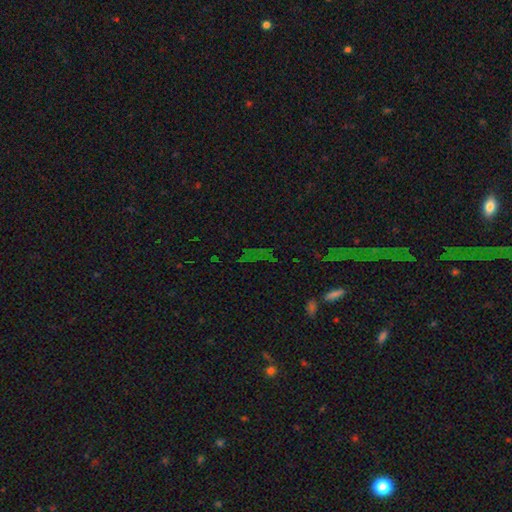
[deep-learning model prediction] The model was most divided on "smooth or featured": star or artifact: 71%, smooth: 16%, featured or disk: 13%.